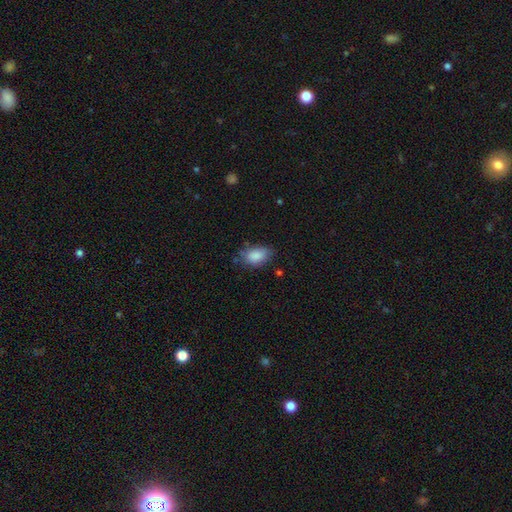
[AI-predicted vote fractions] smooth_or_featured: smooth (p=0.87) [alt: star or artifact p=0.07]
how_rounded: in between (p=0.90) [alt: round p=0.09]
merging: none (p=0.67) [alt: minor disturbance p=0.25]